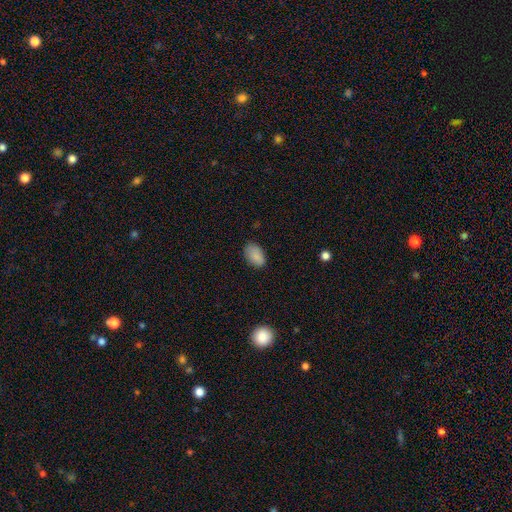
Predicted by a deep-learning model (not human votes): smooth-or-featured: smooth: 87% | star or artifact: 8% | featured or disk: 5%
  how-rounded: in between: 90% | round: 8% | cigar-shaped: 1%
  merging: none: 79% | minor disturbance: 17% | major disturbance: 3% | merger: 1%